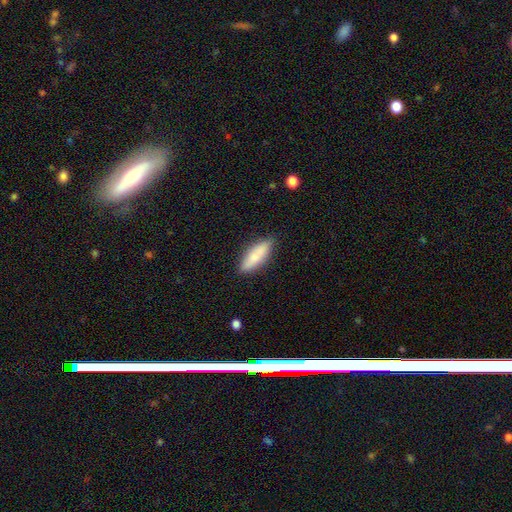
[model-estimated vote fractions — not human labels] Smooth or featured? smooth (78%)
How rounded? in between (51%)
Merging? none (85%)